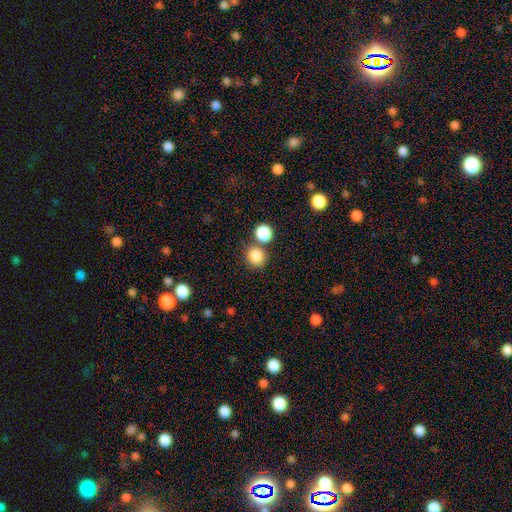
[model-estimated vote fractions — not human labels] smooth-or-featured: smooth: 85% | star or artifact: 11% | featured or disk: 5%
  how-rounded: round: 86% | in between: 14% | cigar-shaped: 1%
  merging: none: 69% | merger: 20% | minor disturbance: 8% | major disturbance: 3%